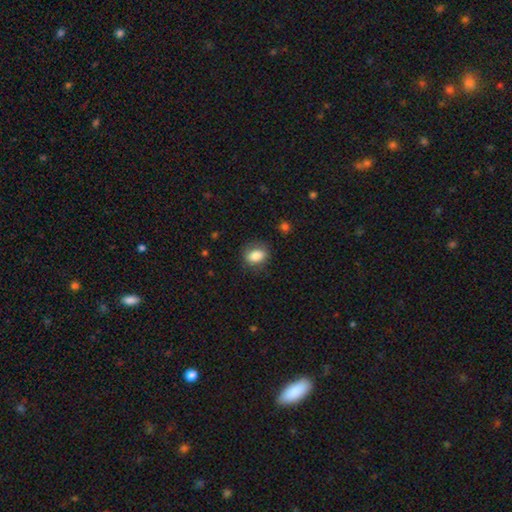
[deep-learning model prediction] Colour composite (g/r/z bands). It shows a smooth galaxy with no disk features (85%) that is in between round and cigar-shaped (74%). Merging: none (78%).